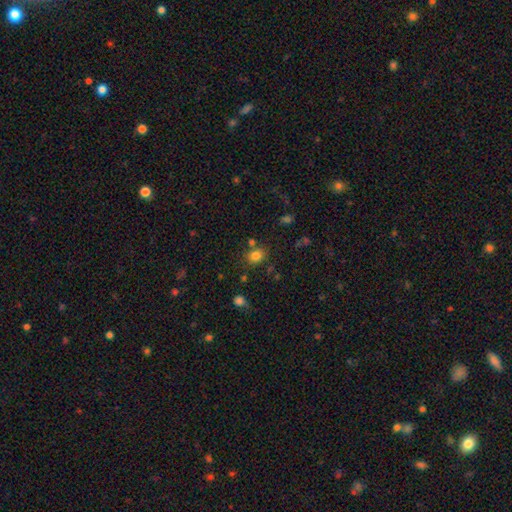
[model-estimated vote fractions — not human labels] smooth 79%, star or artifact 13%, featured or disk 7%. Down the decision tree: how rounded — round (54%); merging — none (74%).